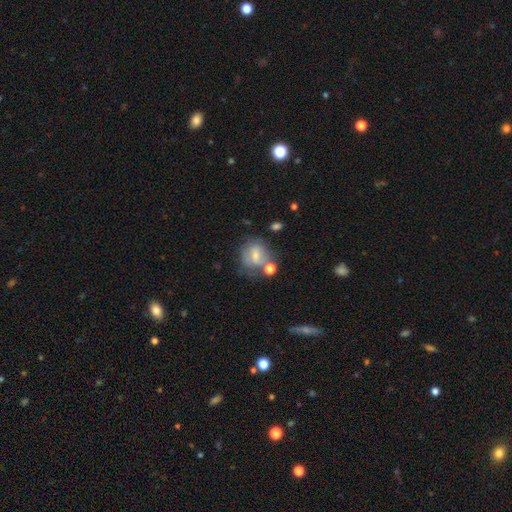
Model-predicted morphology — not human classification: Overall: smooth (57%; featured or disk 33%). How rounded: round (66%; in between 33%). Merging: none (44%; minor disturbance 22%).